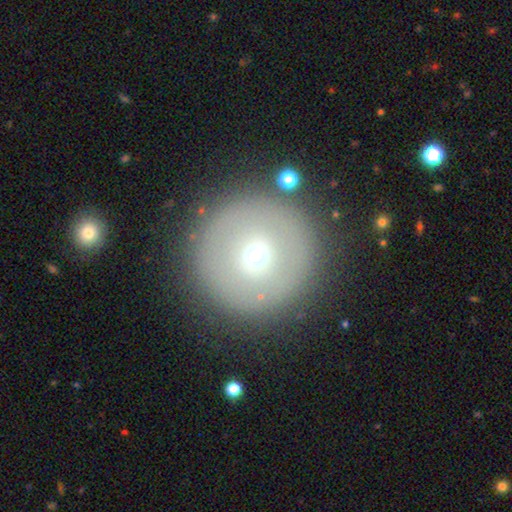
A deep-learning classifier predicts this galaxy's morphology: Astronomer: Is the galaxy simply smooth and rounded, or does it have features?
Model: smooth — 58%.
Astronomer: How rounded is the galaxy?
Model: round — 97%.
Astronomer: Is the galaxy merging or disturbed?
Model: none — 86%.